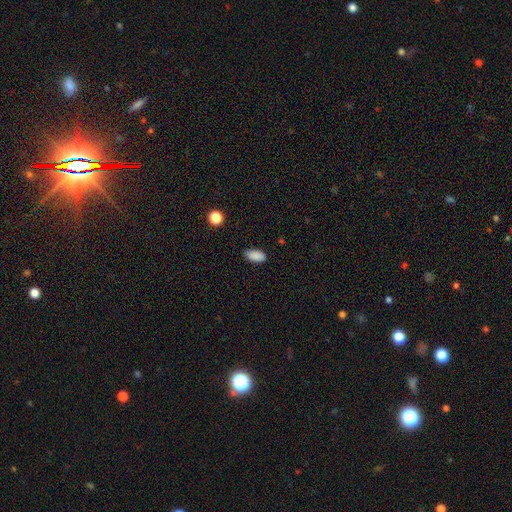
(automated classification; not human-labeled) smooth_or_featured: smooth (p=0.88) [alt: star or artifact p=0.08]
how_rounded: in between (p=0.91) [alt: cigar-shaped p=0.05]
merging: none (p=0.85) [alt: minor disturbance p=0.11]